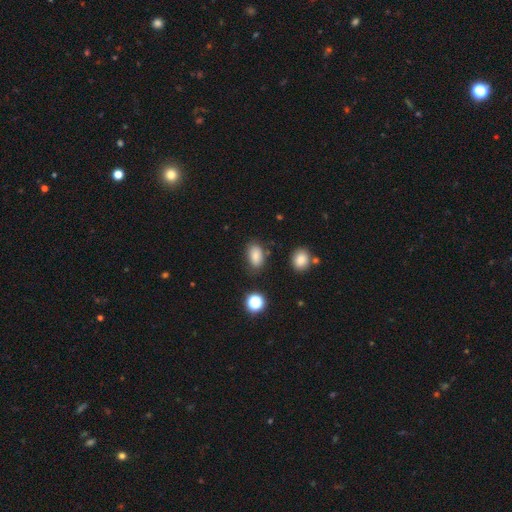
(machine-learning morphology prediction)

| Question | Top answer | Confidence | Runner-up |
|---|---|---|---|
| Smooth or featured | smooth | 82% | star or artifact (11%) |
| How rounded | in between | 88% | round (10%) |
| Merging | none | 75% | minor disturbance (17%) |